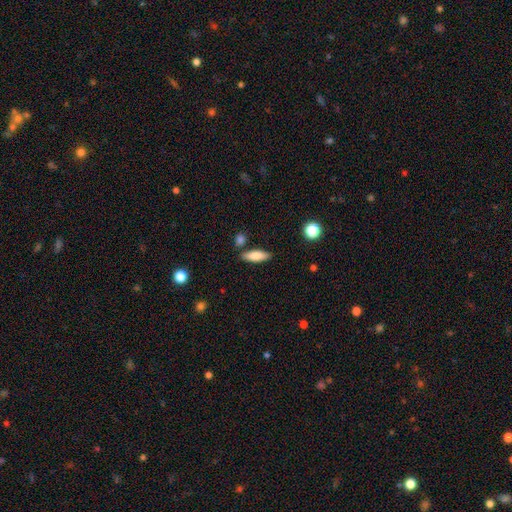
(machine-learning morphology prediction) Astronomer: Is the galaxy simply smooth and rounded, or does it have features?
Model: smooth — 76%.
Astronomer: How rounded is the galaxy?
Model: in between — 51% (runner-up: cigar-shaped, 46%).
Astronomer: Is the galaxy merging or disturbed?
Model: none — 81%.